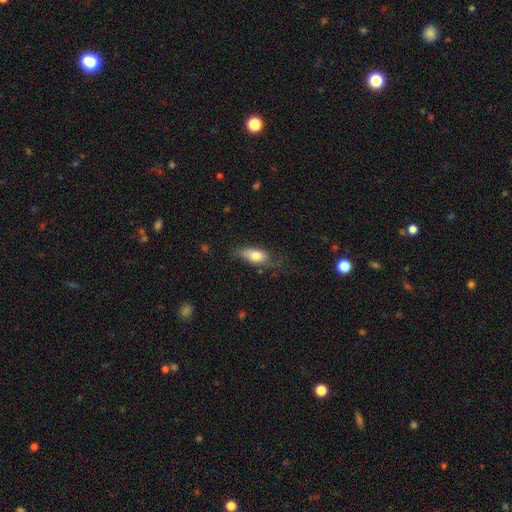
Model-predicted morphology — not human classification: Smooth or featured? Predicted: smooth (p=0.76). How rounded? Predicted: in between (p=0.80). Merging? Predicted: none (p=0.54).